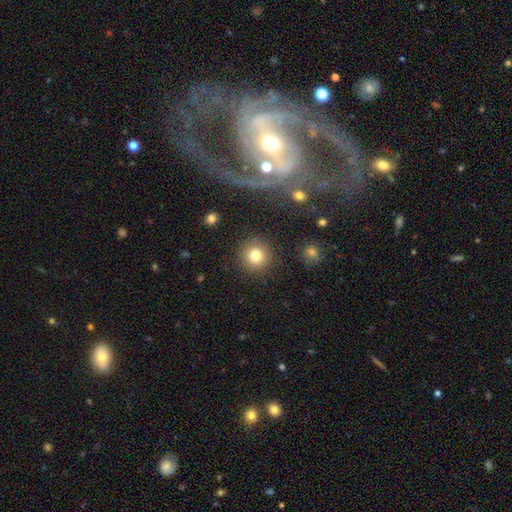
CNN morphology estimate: The model was most divided on "smooth or featured": smooth: 80%, star or artifact: 12%, featured or disk: 8%. More confident: how rounded — round (94%); merging — none (89%).